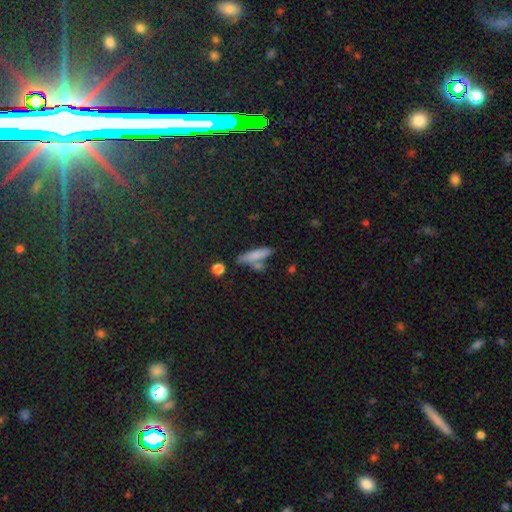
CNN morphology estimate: Smooth or featured? smooth (74%)
How rounded? cigar-shaped (70%)
Merging? none (58%)